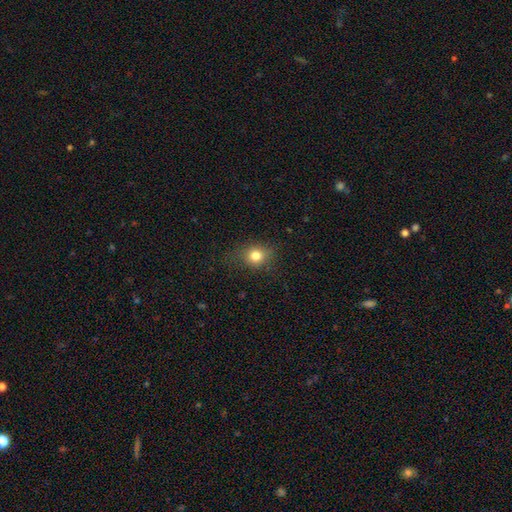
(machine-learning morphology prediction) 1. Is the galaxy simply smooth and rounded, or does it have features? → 79% smooth, 13% star or artifact, 8% featured or disk.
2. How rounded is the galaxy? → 69% round, 29% in between, 1% cigar-shaped.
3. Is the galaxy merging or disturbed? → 76% none, 17% minor disturbance, 6% major disturbance, 1% merger.